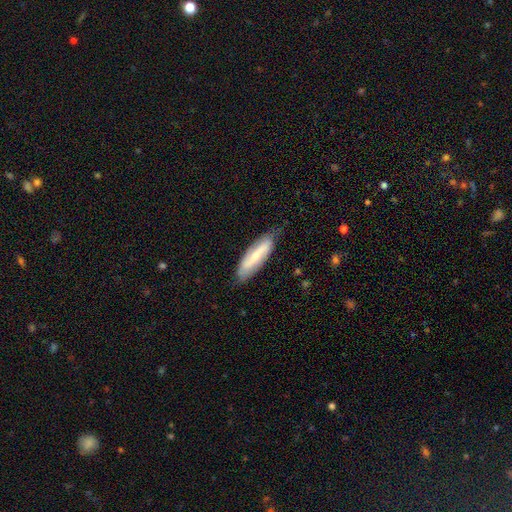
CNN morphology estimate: smooth_or_featured: featured or disk (p=0.51) [alt: smooth p=0.43]
disk_edge_on: no (p=0.73) [alt: yes p=0.27]
merging: none (p=0.73) [alt: minor disturbance p=0.21]